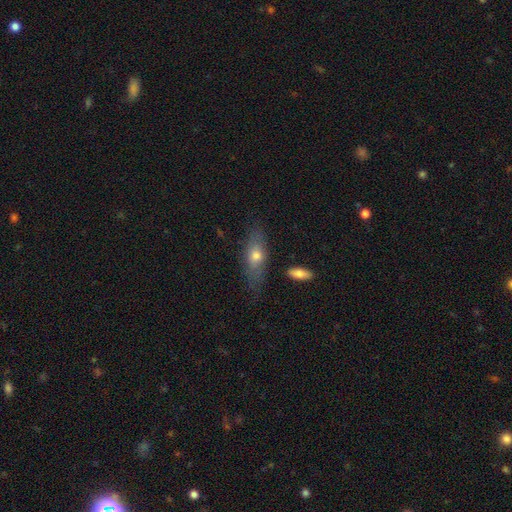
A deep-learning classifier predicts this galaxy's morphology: type=smooth (62%); roundness=in between (61%); merging=none (68%).